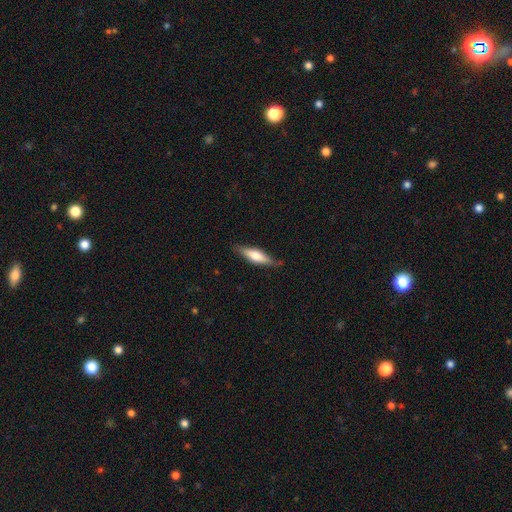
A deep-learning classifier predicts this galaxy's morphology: Q: Smooth or featured?
A: smooth (52%); runner-up: featured or disk (42%)
Q: How rounded?
A: cigar-shaped (66%); runner-up: in between (32%)
Q: Merging?
A: none (82%); runner-up: minor disturbance (14%)